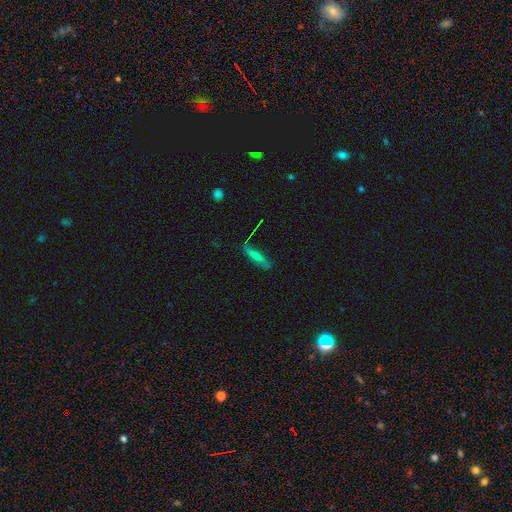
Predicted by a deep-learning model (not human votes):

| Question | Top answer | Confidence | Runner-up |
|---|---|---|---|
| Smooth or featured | smooth | 54% | featured or disk (35%) |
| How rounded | cigar-shaped | 73% | in between (24%) |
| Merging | none | 57% | minor disturbance (25%) |